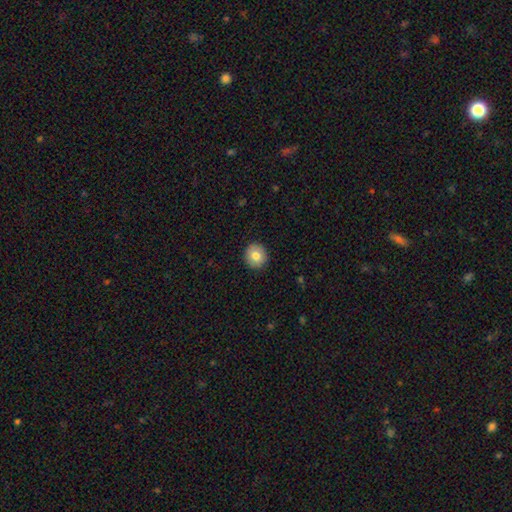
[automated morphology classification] Smooth or featured?
  - smooth: 79% *
  - featured or disk: 13%
  - star or artifact: 8%
How rounded?
  - round: 90% *
  - in between: 9%
  - cigar-shaped: 1%
Merging?
  - none: 92% *
  - minor disturbance: 6%
  - major disturbance: 2%
  - merger: 1%